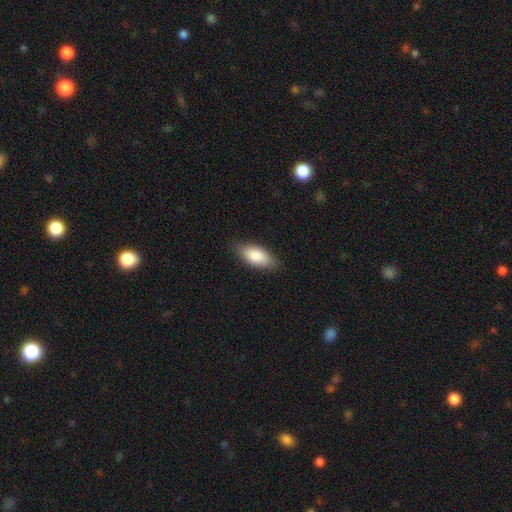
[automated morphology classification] A smooth galaxy with no disk features (86%) that is in between round and cigar-shaped (88%).

Vote fractions:
- Smooth or featured? smooth: 86% / featured or disk: 8% / star or artifact: 6%
- How rounded? in between: 88% / cigar-shaped: 10% / round: 2%
- Merging? none: 83% / minor disturbance: 13% / major disturbance: 3% / merger: 1%